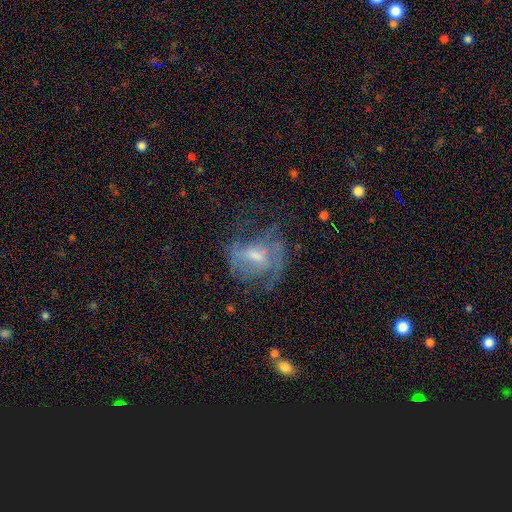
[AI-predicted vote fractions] Smooth or featured?
  - featured or disk: 70% *
  - smooth: 20%
  - star or artifact: 10%
Edge-on disk?
  - no: 96% *
  - yes: 4%
Bar?
  - weak: 51% *
  - no: 34%
  - strong: 15%
Spiral arms?
  - yes: 74% *
  - no: 26%
Bulge size?
  - moderate: 46% *
  - small: 35%
  - none: 11%
  - large: 6%
  - dominant: 1%
Merging?
  - none: 46% *
  - major disturbance: 29%
  - minor disturbance: 22%
  - merger: 2%